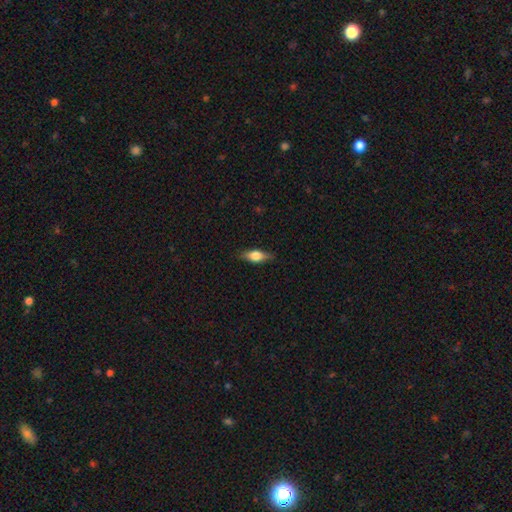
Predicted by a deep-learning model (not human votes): Smooth or featured?
  - smooth: 54% *
  - featured or disk: 39%
  - star or artifact: 7%
How rounded?
  - in between: 62% *
  - cigar-shaped: 33%
  - round: 6%
Merging?
  - none: 85% *
  - minor disturbance: 12%
  - major disturbance: 2%
  - merger: 1%